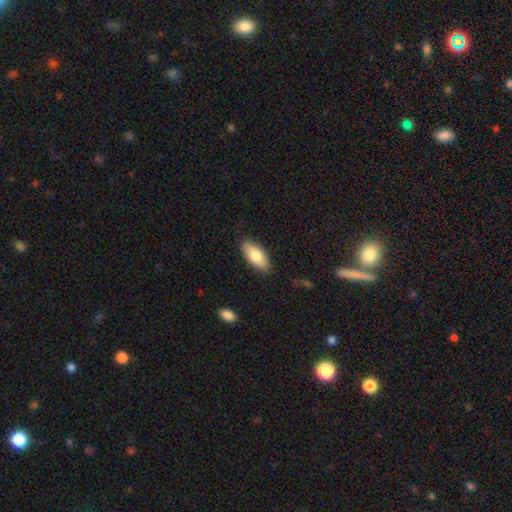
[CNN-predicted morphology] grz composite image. It shows a smooth galaxy with no disk features (81%) that is in between round and cigar-shaped (83%). Merging: none (85%).